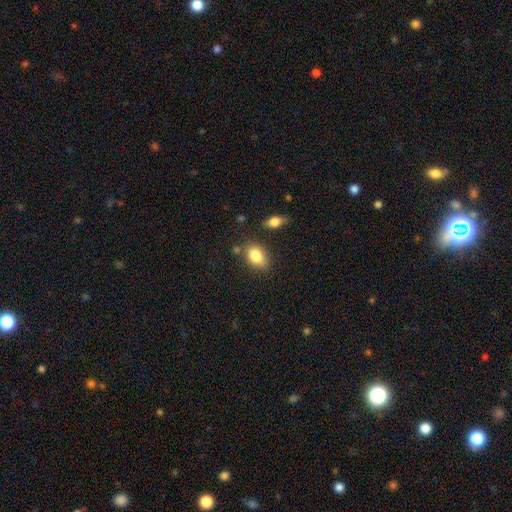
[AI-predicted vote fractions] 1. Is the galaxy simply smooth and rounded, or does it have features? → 85% smooth, 8% star or artifact, 7% featured or disk.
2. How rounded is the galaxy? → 85% in between, 13% round, 2% cigar-shaped.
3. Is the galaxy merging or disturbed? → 69% none, 18% minor disturbance, 8% merger, 5% major disturbance.